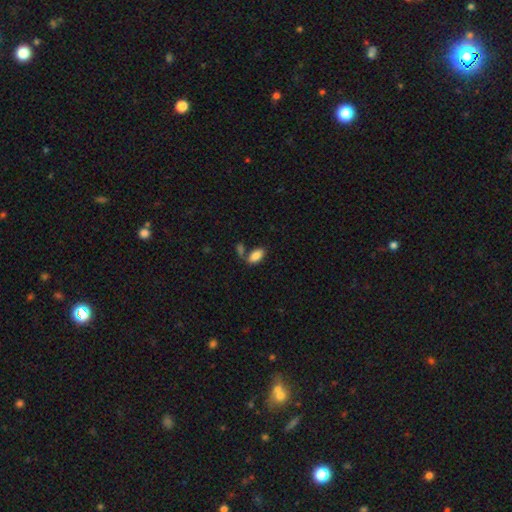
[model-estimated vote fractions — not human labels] Smooth or featured?
  - smooth: 86% *
  - star or artifact: 8%
  - featured or disk: 6%
How rounded?
  - in between: 93% *
  - cigar-shaped: 5%
  - round: 3%
Merging?
  - none: 58% *
  - merger: 25%
  - minor disturbance: 12%
  - major disturbance: 5%